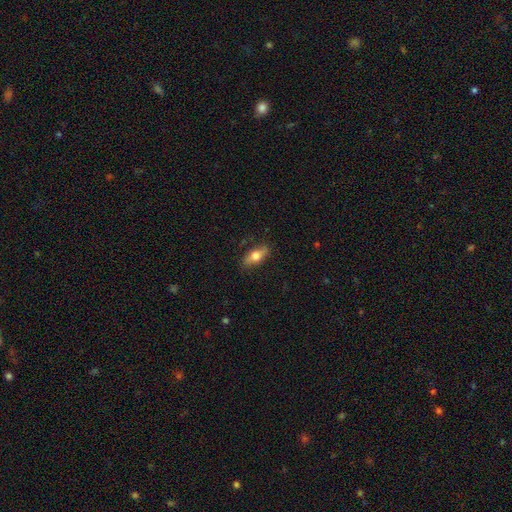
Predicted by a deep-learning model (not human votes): Q: Smooth or featured?
A: smooth (65%); runner-up: featured or disk (28%)
Q: How rounded?
A: in between (76%); runner-up: cigar-shaped (19%)
Q: Merging?
A: none (83%); runner-up: minor disturbance (13%)